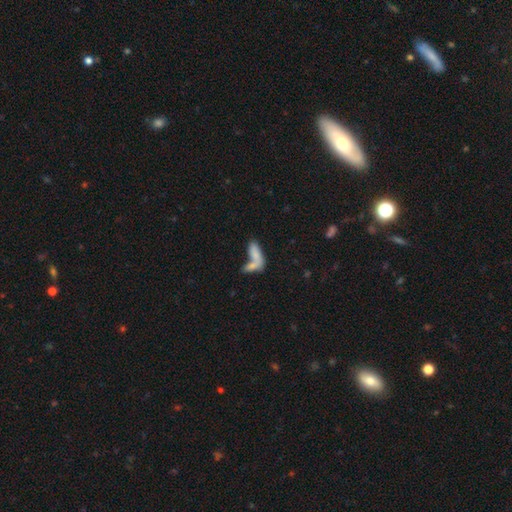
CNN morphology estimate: A smooth galaxy with no disk features (76%) that is in between round and cigar-shaped (65%). Merging: merger (63%).